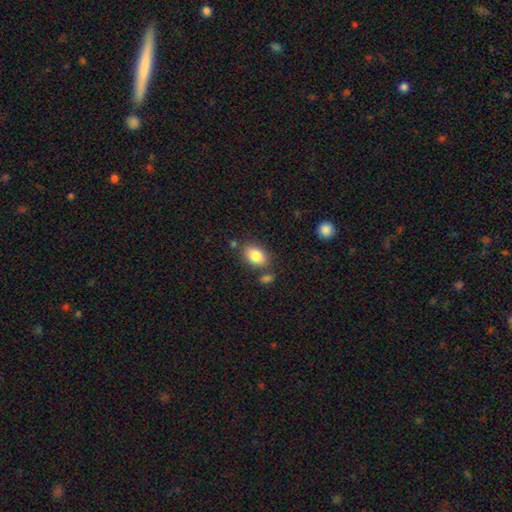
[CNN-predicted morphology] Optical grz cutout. It shows a smooth galaxy with no disk features (83%) that is in between round and cigar-shaped (83%). Merging: none (74%).